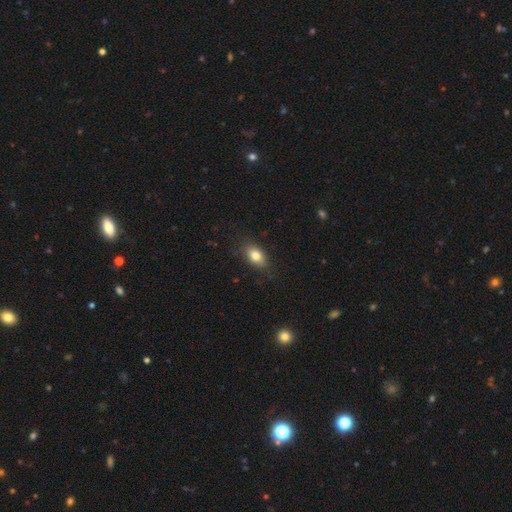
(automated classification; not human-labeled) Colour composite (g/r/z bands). It shows a smooth galaxy with no disk features (80%) that is in between round and cigar-shaped (84%). Merging: none (81%).